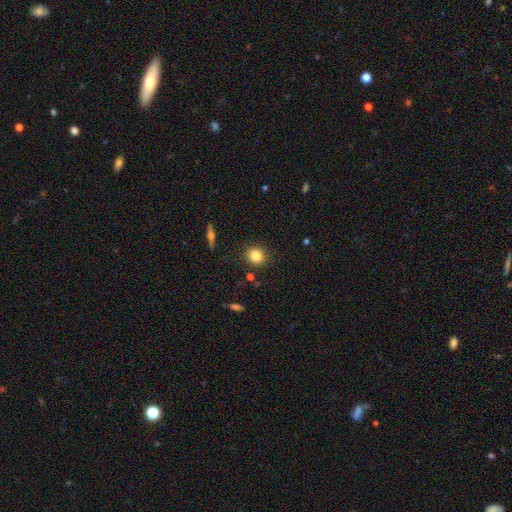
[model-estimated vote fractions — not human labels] Morphology: type=smooth (84%); roundness=round (82%); merging=none (87%).